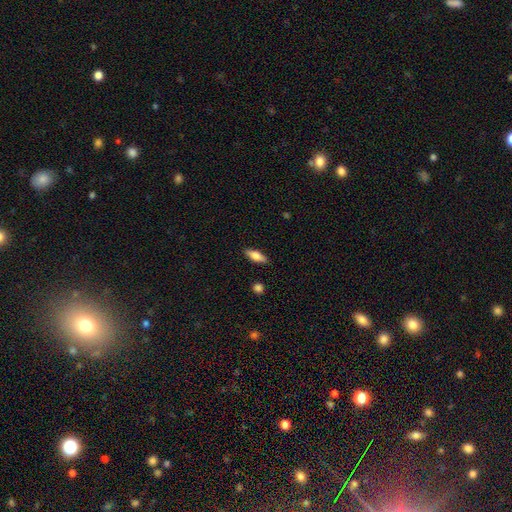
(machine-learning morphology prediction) Overall: smooth (75%). How rounded: in between (64%; cigar-shaped 33%). Merging: none (86%).